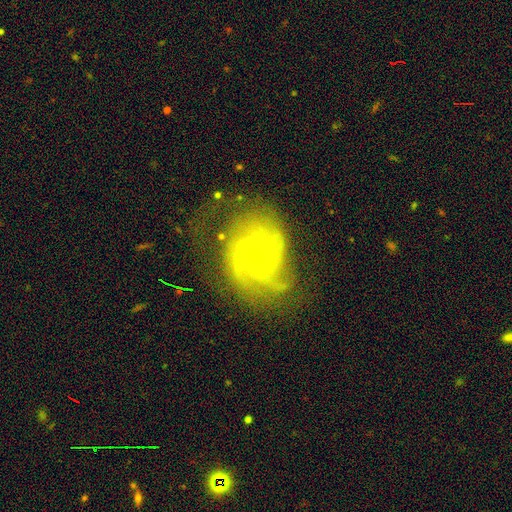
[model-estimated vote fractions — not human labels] Q: Smooth or featured?
A: featured or disk (90%); runner-up: star or artifact (5%)
Q: Edge-on disk?
A: no (98%); runner-up: yes (2%)
Q: Bar?
A: no (63%); runner-up: weak (31%)
Q: Spiral arms?
A: yes (98%); runner-up: no (2%)
Q: Spiral winding?
A: tight (59%); runner-up: medium (35%)
Q: Spiral arm count?
A: 2 (44%); runner-up: 3 (26%)
Q: Bulge size?
A: small (52%); runner-up: moderate (45%)
Q: Merging?
A: none (63%); runner-up: minor disturbance (23%)